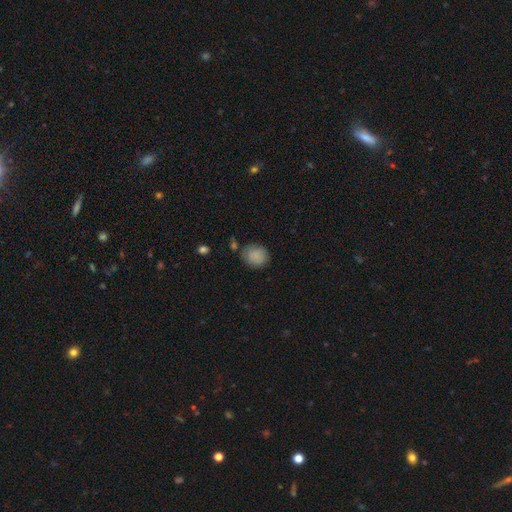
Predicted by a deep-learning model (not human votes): Morphology: type=smooth (86%); roundness=round (73%); merging=none (73%).